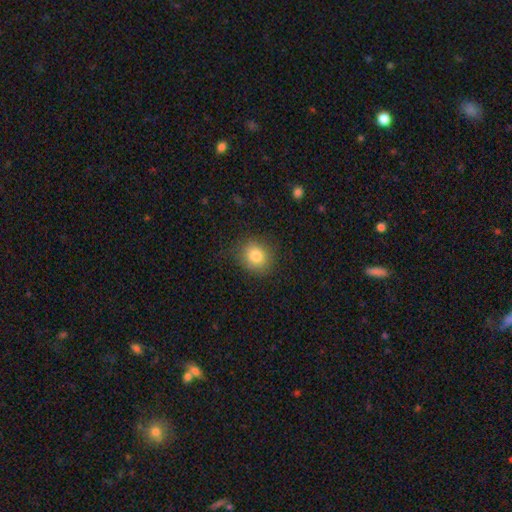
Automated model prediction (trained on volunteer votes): The model was most divided on "how rounded": round: 79%, in between: 20%, cigar-shaped: 1%. More confident: merging — none (84%); smooth or featured — smooth (81%).